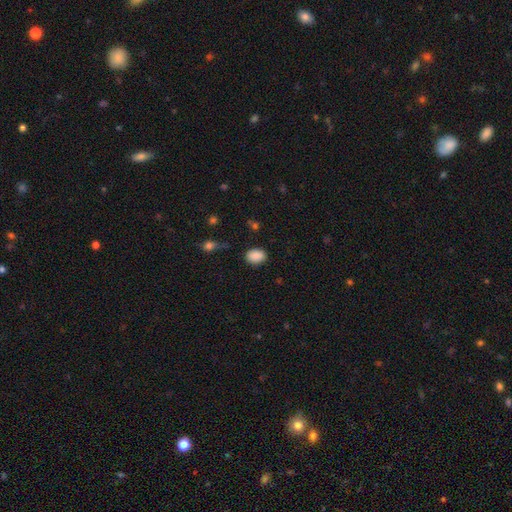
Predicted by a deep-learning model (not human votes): smooth-or-featured: smooth: 88% | star or artifact: 9% | featured or disk: 4%
  how-rounded: in between: 71% | round: 28% | cigar-shaped: 1%
  merging: none: 83% | minor disturbance: 12% | major disturbance: 3% | merger: 2%